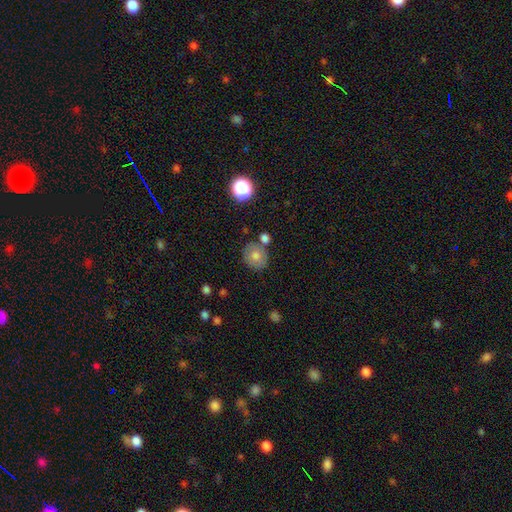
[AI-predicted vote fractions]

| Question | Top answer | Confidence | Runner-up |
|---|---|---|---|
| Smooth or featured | smooth | 73% | featured or disk (17%) |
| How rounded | round | 75% | in between (24%) |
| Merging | none | 69% | merger (14%) |